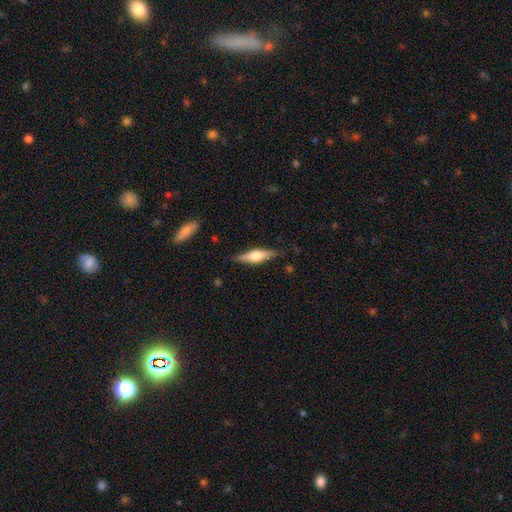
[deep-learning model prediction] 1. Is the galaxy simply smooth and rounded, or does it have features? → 62% featured or disk, 32% smooth, 6% star or artifact.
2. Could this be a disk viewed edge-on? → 96% yes, 4% no.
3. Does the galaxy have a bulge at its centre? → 87% rounded, 10% boxy, 2% none.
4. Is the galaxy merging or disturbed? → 85% none, 11% minor disturbance, 2% major disturbance, 1% merger.